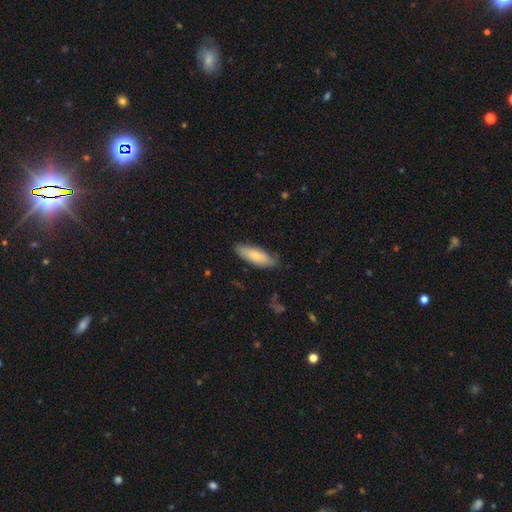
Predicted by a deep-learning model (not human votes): Q: Smooth or featured?
A: smooth (74%); runner-up: featured or disk (20%)
Q: How rounded?
A: in between (61%); runner-up: cigar-shaped (38%)
Q: Merging?
A: none (78%); runner-up: minor disturbance (18%)